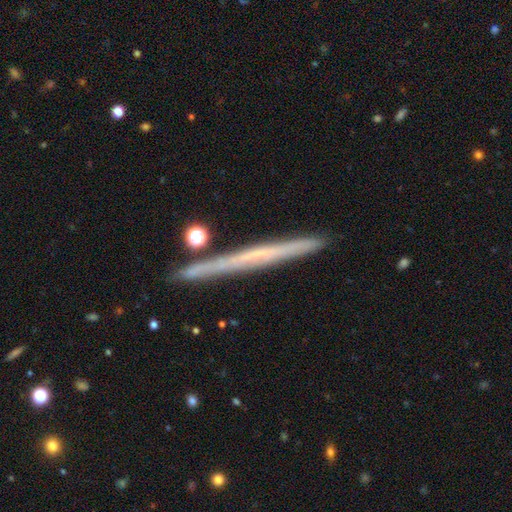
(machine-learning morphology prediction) featured or disk 56%, smooth 37%, star or artifact 7%. Down the decision tree: edge-on disk — yes (97%); edge-on bulge — none (89%); merging — none (87%).